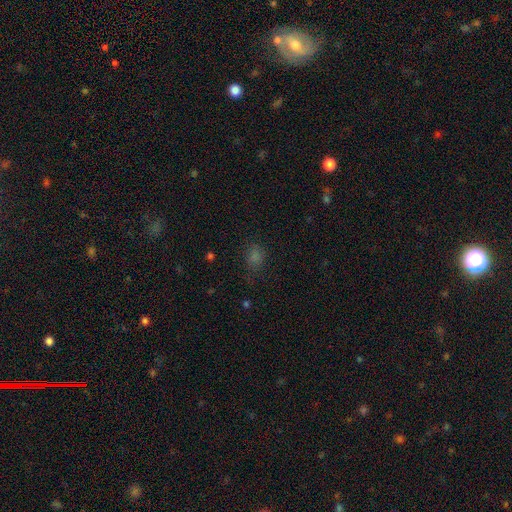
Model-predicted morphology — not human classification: Smooth or featured?
  - smooth: 65% *
  - star or artifact: 28%
  - featured or disk: 7%
How rounded?
  - in between: 53% *
  - round: 45%
  - cigar-shaped: 2%
Merging?
  - none: 72% *
  - minor disturbance: 18%
  - major disturbance: 8%
  - merger: 2%